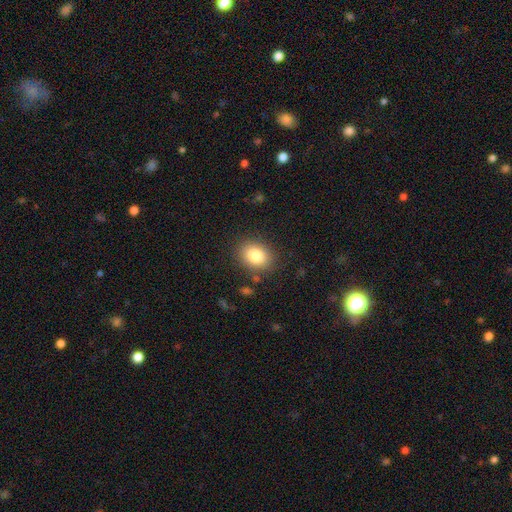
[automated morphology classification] Smooth or featured?
  - smooth: 82% *
  - star or artifact: 10%
  - featured or disk: 8%
How rounded?
  - in between: 57% *
  - round: 42%
  - cigar-shaped: 1%
Merging?
  - none: 86% *
  - minor disturbance: 9%
  - major disturbance: 3%
  - merger: 2%